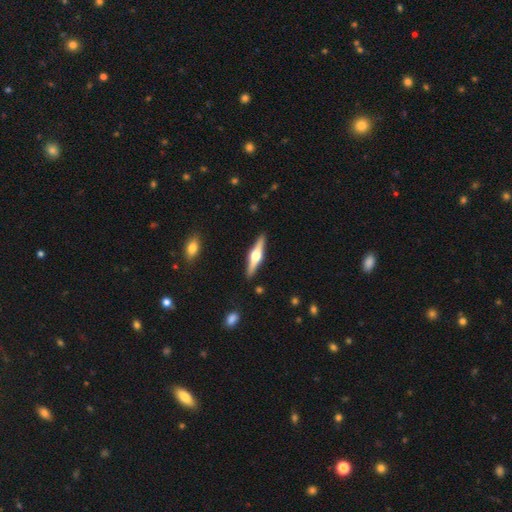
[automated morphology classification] type=featured or disk (73%); edge-on=yes (97%); edge-on bulge=rounded (95%); merging=none (91%).